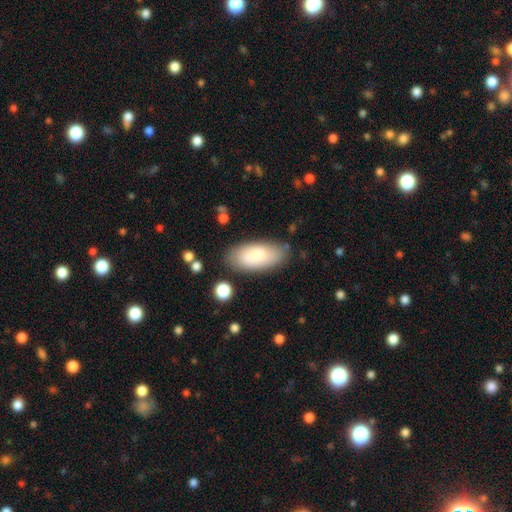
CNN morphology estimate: Smooth or featured: smooth — 83% (featured or disk — 11%)
How rounded: in between — 89% (cigar-shaped — 9%)
Merging: none — 80% (minor disturbance — 14%)